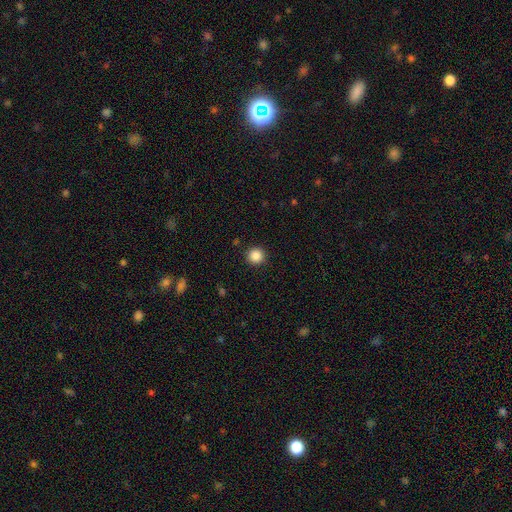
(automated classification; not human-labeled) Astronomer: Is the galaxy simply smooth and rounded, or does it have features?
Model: smooth — 87%.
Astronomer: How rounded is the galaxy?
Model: round — 95%.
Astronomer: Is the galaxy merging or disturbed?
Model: none — 92%.